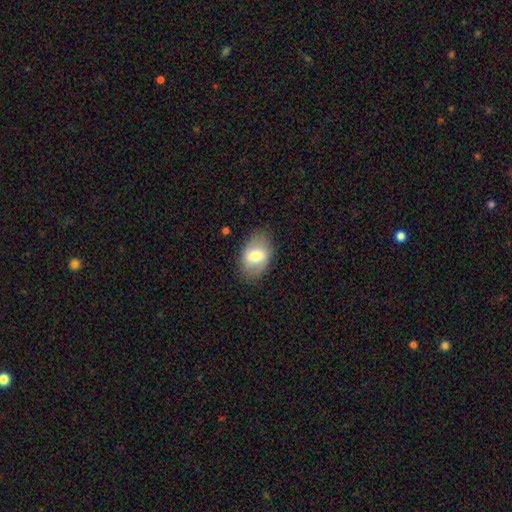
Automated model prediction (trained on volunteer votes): Q: Smooth or featured?
A: smooth (66%); runner-up: featured or disk (27%)
Q: How rounded?
A: in between (86%); runner-up: round (13%)
Q: Merging?
A: none (82%); runner-up: minor disturbance (13%)